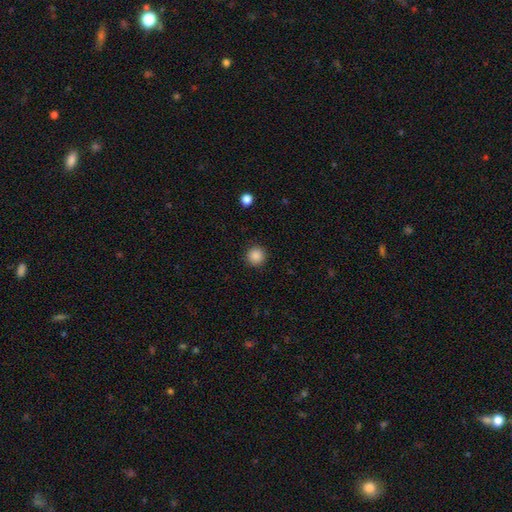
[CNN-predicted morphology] smooth-or-featured: smooth: 87% | star or artifact: 10% | featured or disk: 3%
  how-rounded: round: 95% | in between: 4% | cigar-shaped: 1%
  merging: none: 92% | minor disturbance: 5% | major disturbance: 2% | merger: 1%